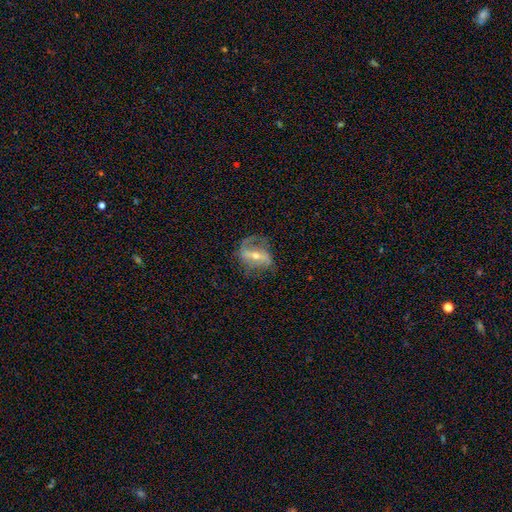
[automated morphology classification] Smooth or featured? Predicted: featured or disk (p=0.78). Edge-on disk? Predicted: no (p=0.91). Bar? Predicted: strong (p=0.58). Spiral arms? Predicted: yes (p=0.78). Spiral winding? Predicted: loose (p=0.46). Spiral arm count? Predicted: 2 (p=0.69). Bulge size? Predicted: moderate (p=0.52). Merging? Predicted: none (p=0.58).